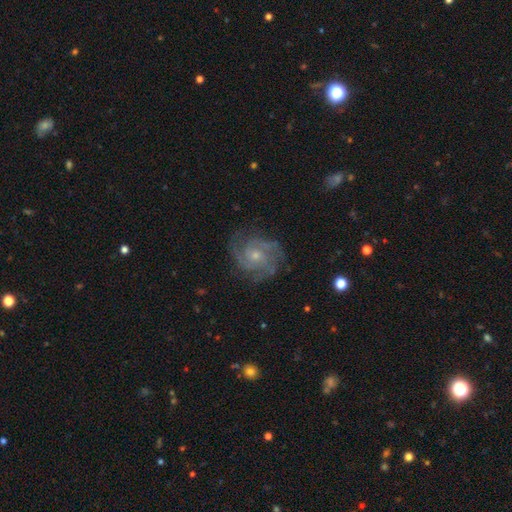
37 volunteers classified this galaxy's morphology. This is clearly a featured or disk galaxy (86%). It is clearly not viewed edge-on (100%). Bar: likely no (69%). Spiral arm pattern: clearly yes (97%). Spiral arm count: clearly 3 (84%). Spiral winding: possibly tight (48%). Central bulge: likely small (66%). Merging: likely none (78%).